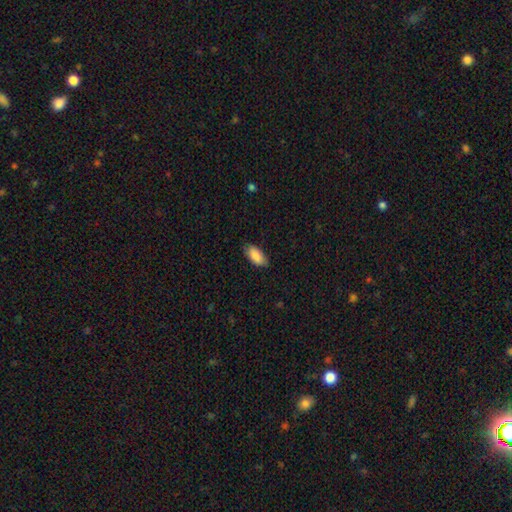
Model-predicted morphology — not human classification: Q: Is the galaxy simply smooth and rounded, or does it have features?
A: smooth — 88%.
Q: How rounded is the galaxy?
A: in between — 91%.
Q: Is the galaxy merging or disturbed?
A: none — 78%.